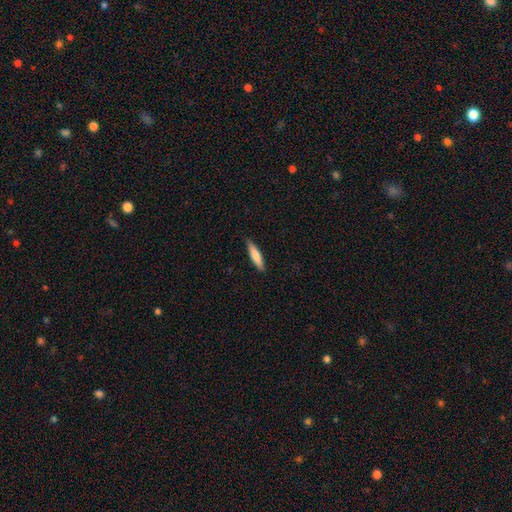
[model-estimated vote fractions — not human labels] smooth 74%, featured or disk 20%, star or artifact 5%. Down the decision tree: how rounded — cigar-shaped (80%); merging — none (88%).